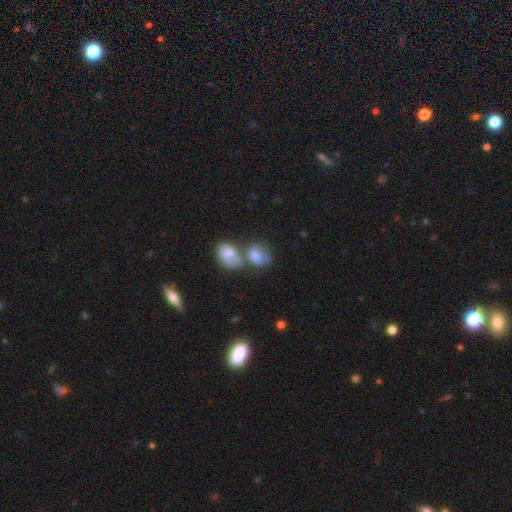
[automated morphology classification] A smooth galaxy with no disk features (74%) that is in between round and cigar-shaped (66%). Merging: merger (57%).